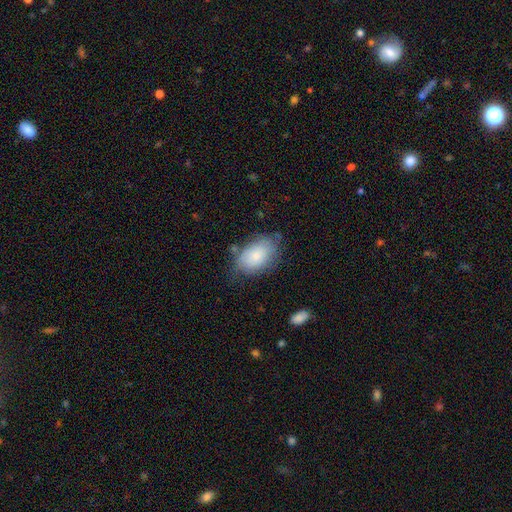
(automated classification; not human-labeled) Smooth or featured?
  - smooth: 77% *
  - featured or disk: 17%
  - star or artifact: 7%
How rounded?
  - in between: 90% *
  - round: 9%
  - cigar-shaped: 1%
Merging?
  - none: 63% *
  - minor disturbance: 26%
  - major disturbance: 8%
  - merger: 3%